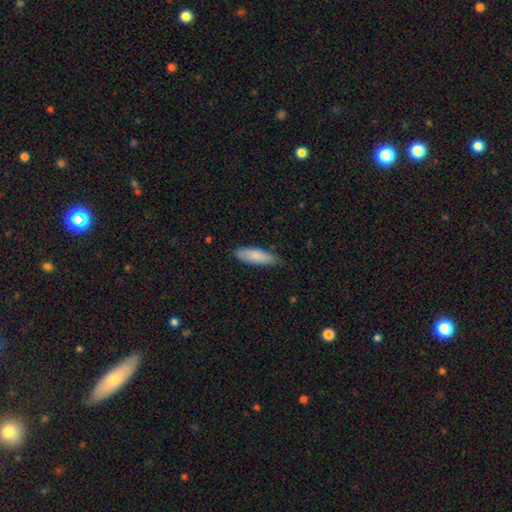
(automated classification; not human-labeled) The model was most divided on "how rounded": in between: 62%, cigar-shaped: 36%, round: 2%. More confident: smooth or featured — smooth (83%); merging — none (74%).